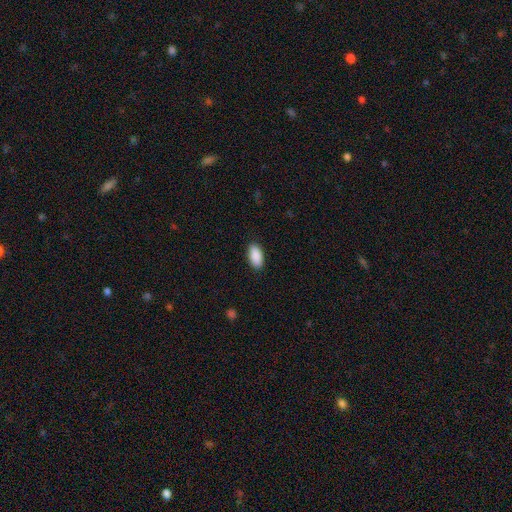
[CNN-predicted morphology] This appears to be a smooth galaxy with no disk features (91%) that is in between round and cigar-shaped (94%). Merging: none (90%).